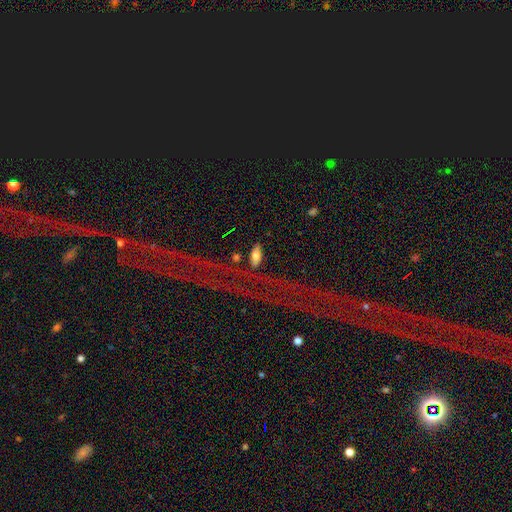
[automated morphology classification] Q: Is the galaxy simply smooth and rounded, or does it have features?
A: smooth — 65%.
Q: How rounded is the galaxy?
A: in between — 82%.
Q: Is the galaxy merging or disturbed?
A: none — 76%.